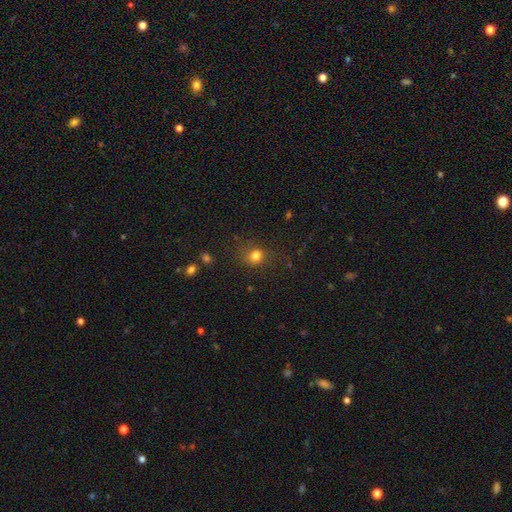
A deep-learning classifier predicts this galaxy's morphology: Q: Smooth or featured?
A: smooth (78%); runner-up: star or artifact (15%)
Q: How rounded?
A: round (74%); runner-up: in between (24%)
Q: Merging?
A: none (73%); runner-up: minor disturbance (16%)